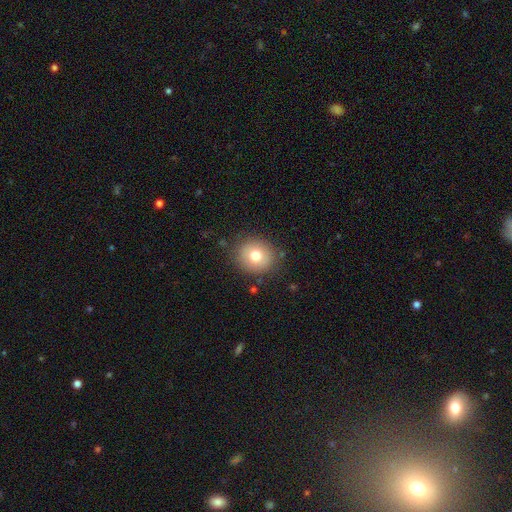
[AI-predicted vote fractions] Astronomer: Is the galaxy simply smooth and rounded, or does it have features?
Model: smooth — 77%.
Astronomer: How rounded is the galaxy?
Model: round — 84%.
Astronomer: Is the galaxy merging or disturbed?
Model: none — 86%.